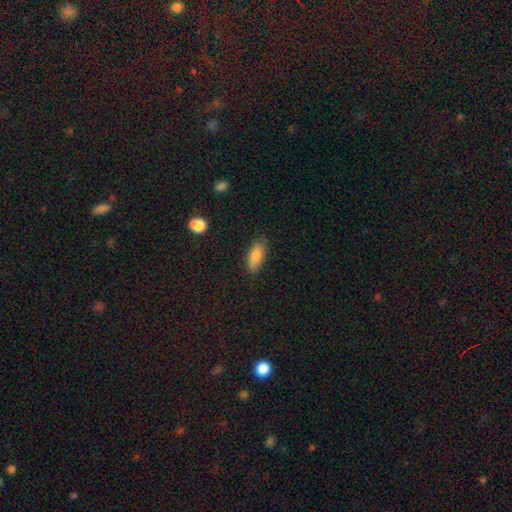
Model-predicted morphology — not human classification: The model was most divided on "how rounded": in between: 81%, cigar-shaped: 16%, round: 3%. More confident: smooth or featured — smooth (83%); merging — none (82%).